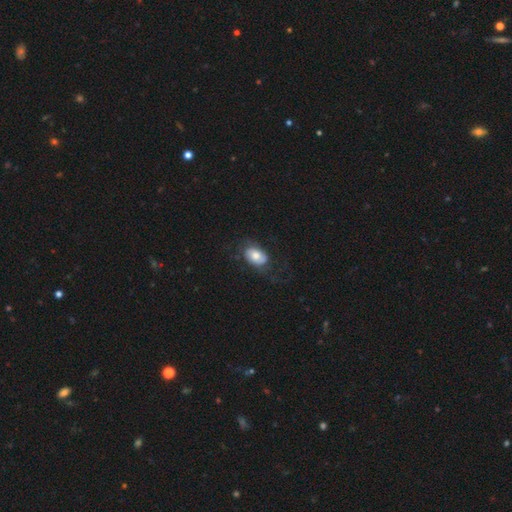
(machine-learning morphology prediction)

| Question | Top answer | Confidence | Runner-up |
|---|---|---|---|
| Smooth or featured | smooth | 56% | featured or disk (37%) |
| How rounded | in between | 84% | round (14%) |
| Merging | none | 58% | minor disturbance (21%) |